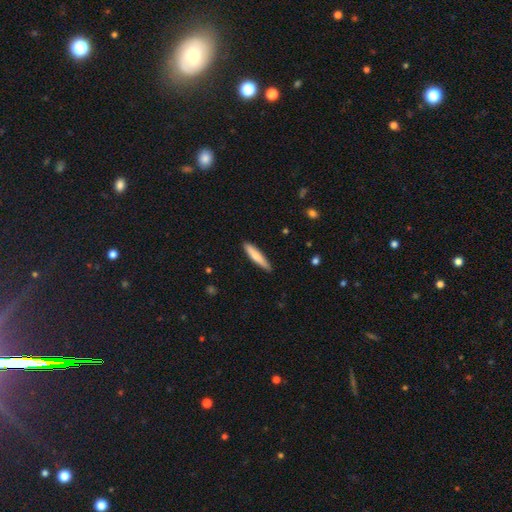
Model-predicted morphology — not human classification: Smooth or featured?
  - smooth: 74% *
  - featured or disk: 20%
  - star or artifact: 5%
How rounded?
  - cigar-shaped: 88% *
  - in between: 10%
  - round: 1%
Merging?
  - none: 87% *
  - minor disturbance: 10%
  - major disturbance: 2%
  - merger: 1%